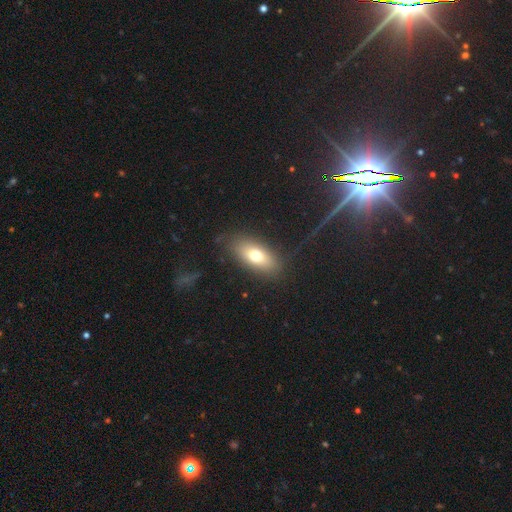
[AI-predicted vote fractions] The model was most divided on "smooth or featured": smooth: 71%, featured or disk: 20%, star or artifact: 9%. More confident: how rounded — in between (85%); merging — none (81%).